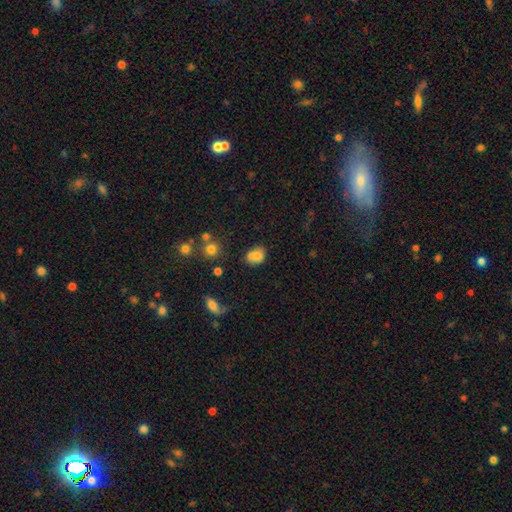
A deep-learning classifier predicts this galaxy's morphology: smooth 76%, featured or disk 12%, star or artifact 12%. Down the decision tree: how rounded — in between (59%); merging — none (52%).